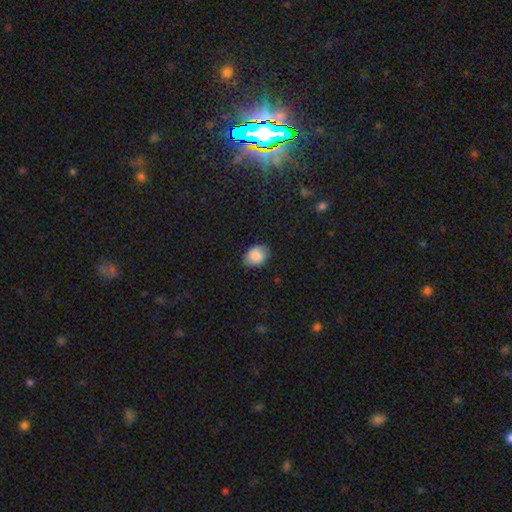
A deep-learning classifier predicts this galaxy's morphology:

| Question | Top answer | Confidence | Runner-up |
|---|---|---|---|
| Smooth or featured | smooth | 85% | featured or disk (7%) |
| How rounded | in between | 75% | round (24%) |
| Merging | none | 82% | minor disturbance (15%) |